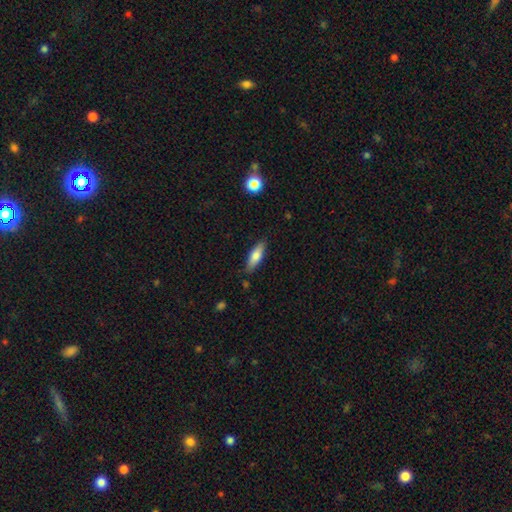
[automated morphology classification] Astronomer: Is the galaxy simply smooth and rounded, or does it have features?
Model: smooth — 74%.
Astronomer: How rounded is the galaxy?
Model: in between — 55% (runner-up: cigar-shaped, 43%).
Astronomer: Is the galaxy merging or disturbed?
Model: none — 82%.